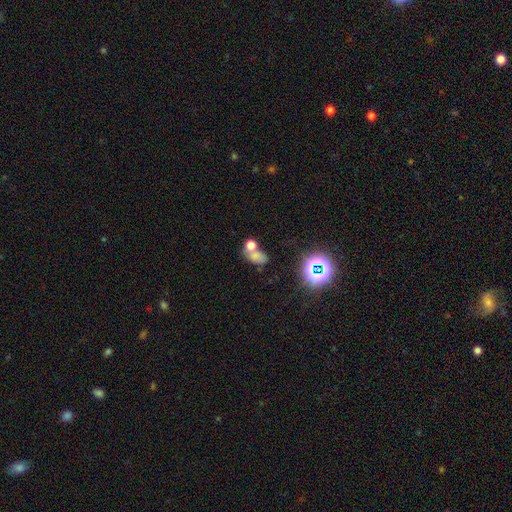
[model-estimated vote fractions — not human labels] A smooth galaxy with no disk features (62%) that is in between round and cigar-shaped (73%). Merging: merger (48%).